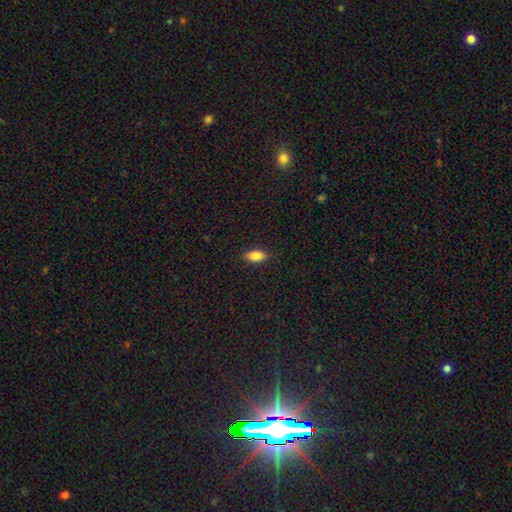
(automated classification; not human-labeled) This is clearly a smooth galaxy (85%). How rounded: clearly in between (86%). Merging: clearly none (88%).